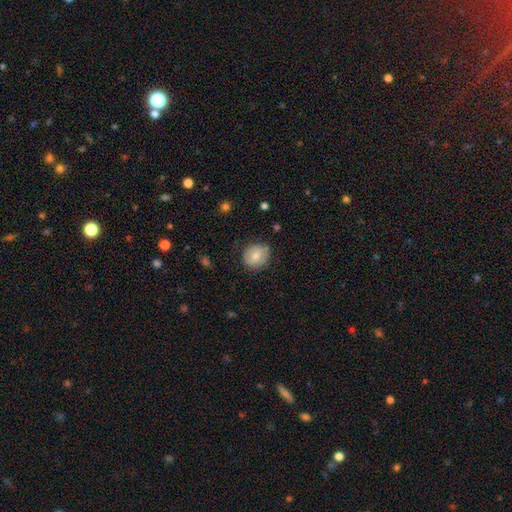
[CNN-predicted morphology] smooth-or-featured: smooth: 73% | featured or disk: 19% | star or artifact: 8%
  how-rounded: round: 78% | in between: 21% | cigar-shaped: 1%
  merging: none: 78% | minor disturbance: 18% | major disturbance: 3% | merger: 1%